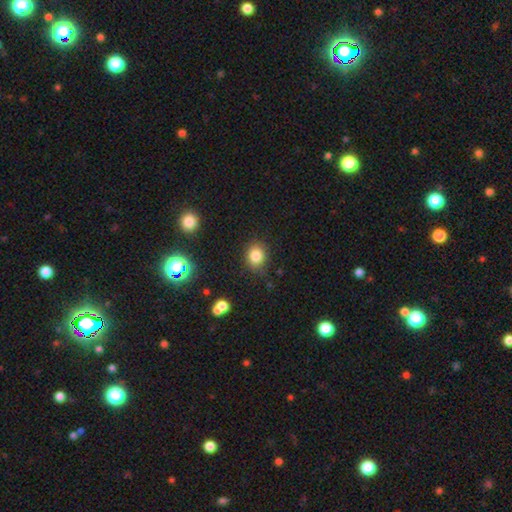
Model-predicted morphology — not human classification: Q: Smooth or featured?
A: smooth (82%); runner-up: star or artifact (12%)
Q: How rounded?
A: round (63%); runner-up: in between (36%)
Q: Merging?
A: none (81%); runner-up: minor disturbance (14%)